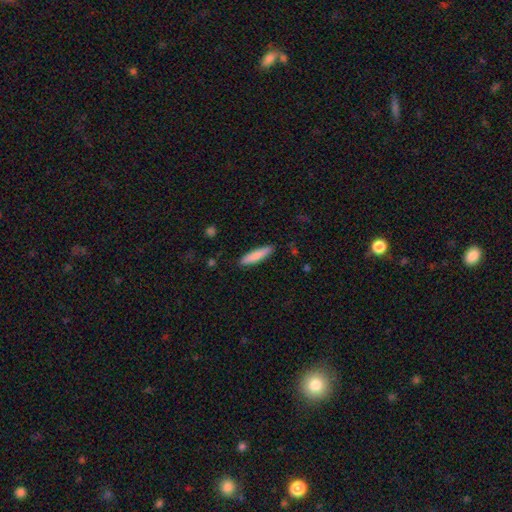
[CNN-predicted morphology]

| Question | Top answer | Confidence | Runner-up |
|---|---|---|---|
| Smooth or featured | smooth | 83% | featured or disk (12%) |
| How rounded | cigar-shaped | 83% | in between (16%) |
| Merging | none | 89% | minor disturbance (8%) |